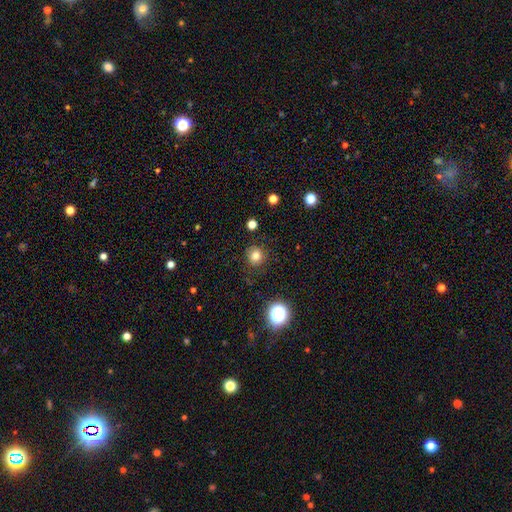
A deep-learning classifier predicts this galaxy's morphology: smooth_or_featured: smooth (p=0.78) [alt: star or artifact p=0.14]
how_rounded: round (p=0.90) [alt: in between p=0.09]
merging: none (p=0.85) [alt: minor disturbance p=0.10]